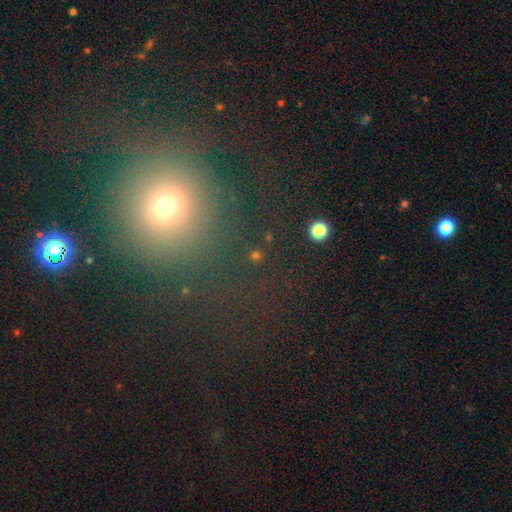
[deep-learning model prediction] This appears to be a smooth galaxy with no disk features (58%) that is round (86%). Merging: none (77%).